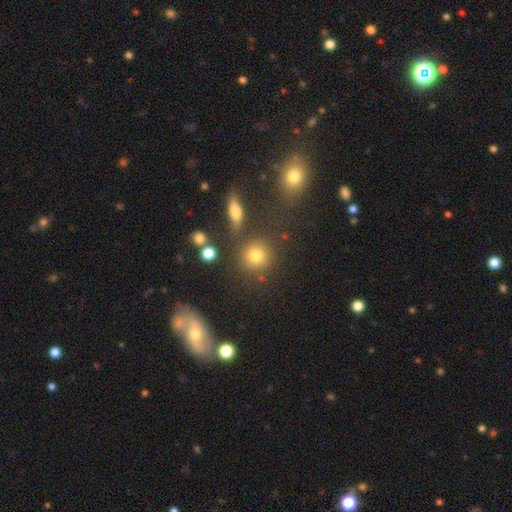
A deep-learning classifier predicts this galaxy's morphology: A smooth galaxy with no disk features (75%) that is round (87%).

Vote fractions:
- Smooth or featured? smooth: 75% / star or artifact: 15% / featured or disk: 10%
- How rounded? round: 87% / in between: 11% / cigar-shaped: 2%
- Merging? none: 77% / merger: 9% / minor disturbance: 9% / major disturbance: 5%